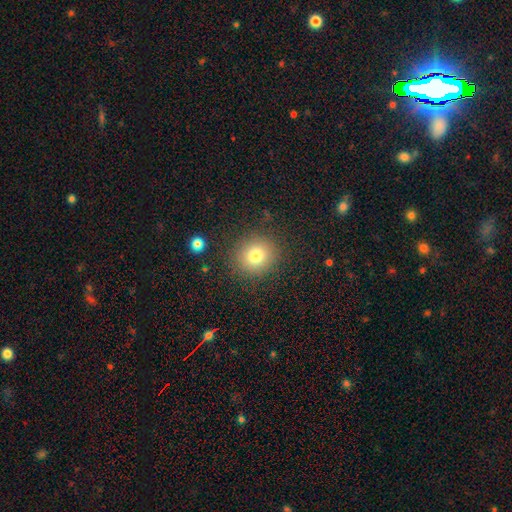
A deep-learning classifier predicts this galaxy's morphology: Smooth or featured? Predicted: smooth (p=0.78). How rounded? Predicted: round (p=0.88). Merging? Predicted: none (p=0.87).